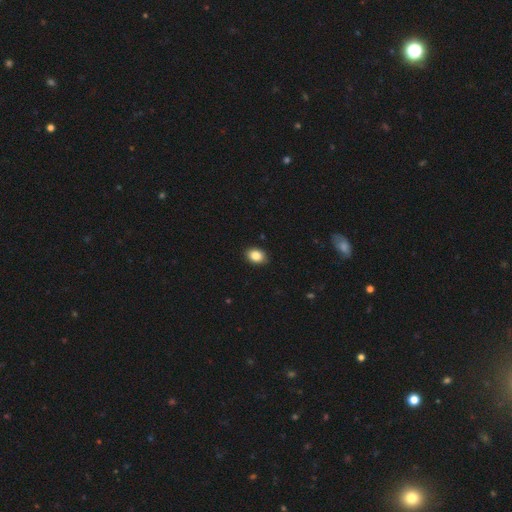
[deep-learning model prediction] Q: Smooth or featured?
A: smooth (86%); runner-up: star or artifact (8%)
Q: How rounded?
A: in between (75%); runner-up: round (24%)
Q: Merging?
A: none (89%); runner-up: minor disturbance (8%)